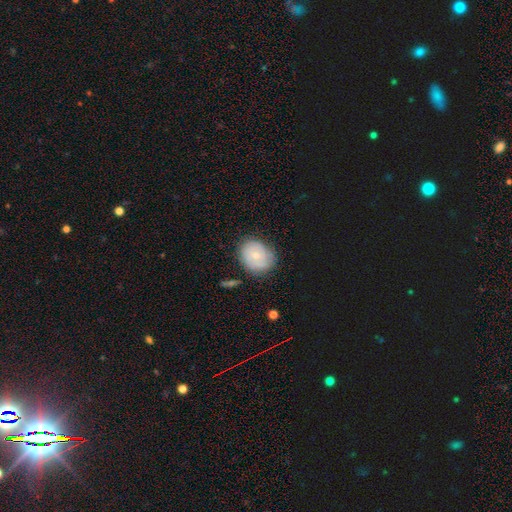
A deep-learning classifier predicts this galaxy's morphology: The model was most divided on "smooth or featured": smooth: 47%, featured or disk: 45%, star or artifact: 8%. More confident: merging — none (74%).